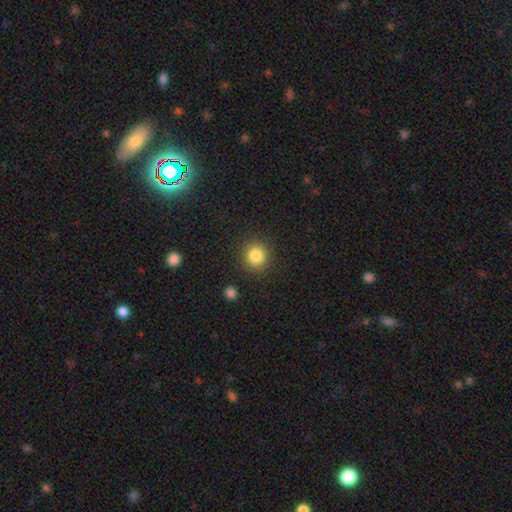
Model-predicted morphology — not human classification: A smooth galaxy with no disk features (84%) that is round (91%). Merging: none (89%).